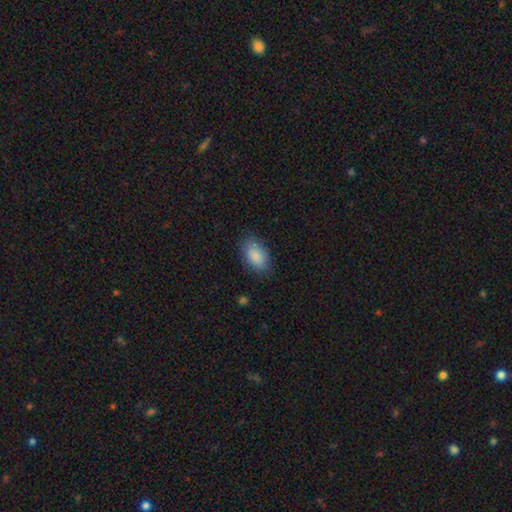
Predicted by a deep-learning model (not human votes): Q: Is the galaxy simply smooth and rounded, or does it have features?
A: smooth — 87%.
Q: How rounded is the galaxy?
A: in between — 92%.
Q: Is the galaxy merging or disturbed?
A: none — 81%.